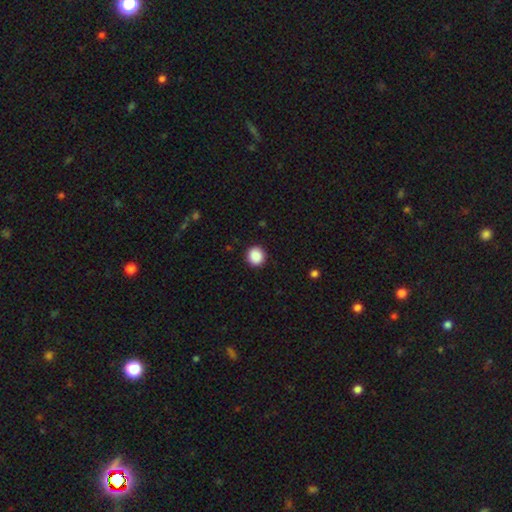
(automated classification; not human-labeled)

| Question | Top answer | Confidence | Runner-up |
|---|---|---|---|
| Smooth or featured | smooth | 89% | star or artifact (9%) |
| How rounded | round | 93% | in between (6%) |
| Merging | none | 92% | minor disturbance (5%) |